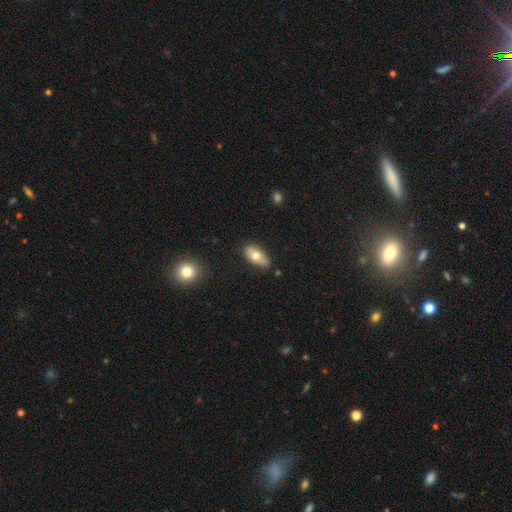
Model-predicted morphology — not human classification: type=smooth (67%); roundness=in between (87%); merging=none (79%).